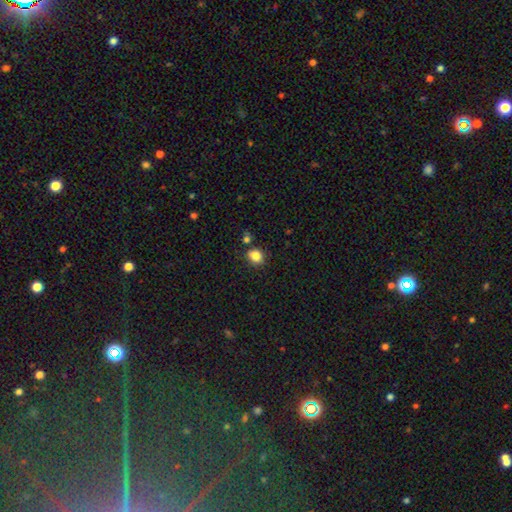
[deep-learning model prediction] Smooth or featured?
  - smooth: 84% *
  - star or artifact: 11%
  - featured or disk: 5%
How rounded?
  - round: 64% *
  - in between: 35%
  - cigar-shaped: 1%
Merging?
  - none: 75% *
  - minor disturbance: 13%
  - merger: 8%
  - major disturbance: 3%